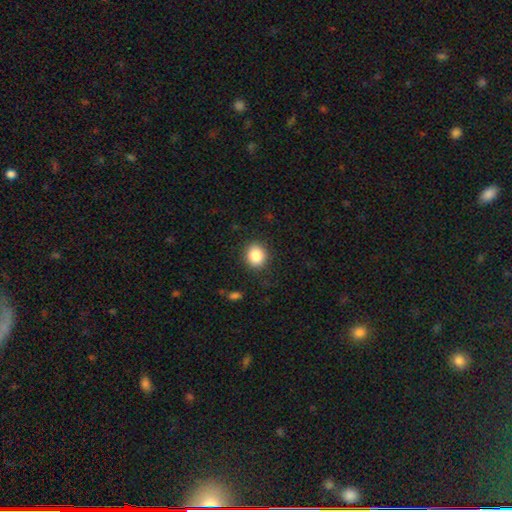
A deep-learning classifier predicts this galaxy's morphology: Smooth or featured: smooth — 85% (star or artifact — 10%)
How rounded: round — 79% (in between — 20%)
Merging: none — 88% (minor disturbance — 8%)